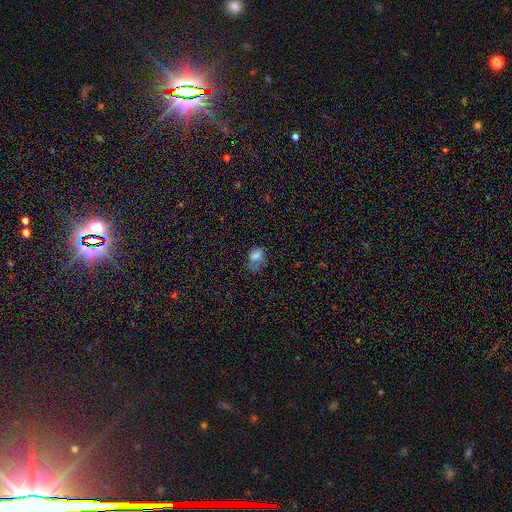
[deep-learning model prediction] The model was most divided on "merging": none: 42%, minor disturbance: 31%, major disturbance: 19%, merger: 8%. More confident: how rounded — in between (74%); smooth or featured — smooth (72%).